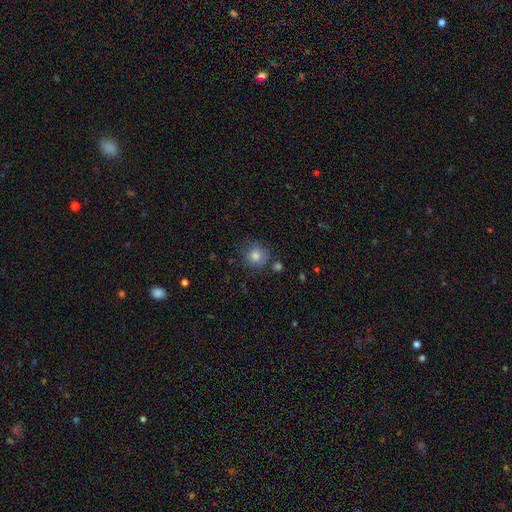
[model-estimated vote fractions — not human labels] A smooth galaxy with no disk features (78%) that is round (89%).

Vote fractions:
- Smooth or featured? smooth: 78% / star or artifact: 12% / featured or disk: 9%
- How rounded? round: 89% / in between: 10% / cigar-shaped: 1%
- Merging? none: 77% / minor disturbance: 14% / merger: 5% / major disturbance: 4%